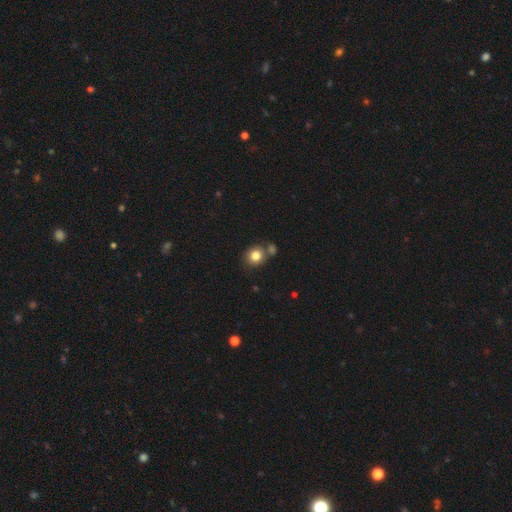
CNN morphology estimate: Smooth or featured?
  - smooth: 82% *
  - star or artifact: 11%
  - featured or disk: 8%
How rounded?
  - round: 81% *
  - in between: 19%
  - cigar-shaped: 1%
Merging?
  - none: 67% *
  - merger: 18%
  - minor disturbance: 11%
  - major disturbance: 3%